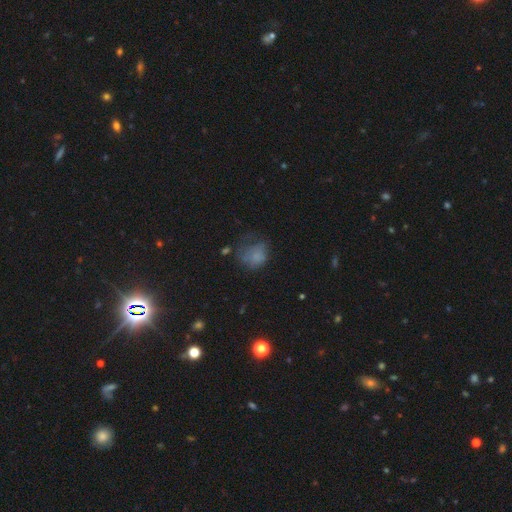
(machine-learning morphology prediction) A smooth galaxy with no disk features (68%) that is round (59%).

Vote fractions:
- Smooth or featured? smooth: 68% / featured or disk: 18% / star or artifact: 14%
- How rounded? round: 59% / in between: 40% / cigar-shaped: 1%
- Merging? none: 34% (tied) / major disturbance: 34% (tied) / minor disturbance: 28% / merger: 3%